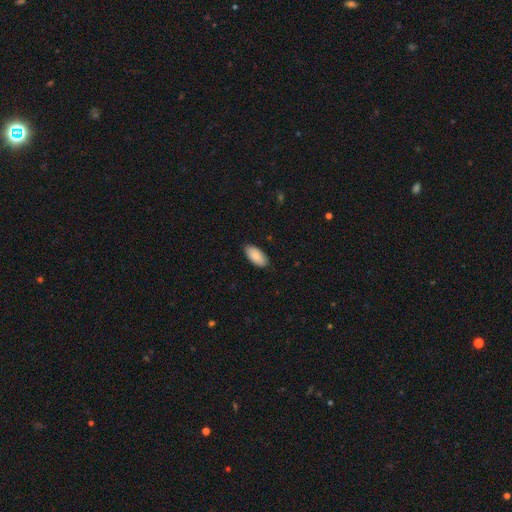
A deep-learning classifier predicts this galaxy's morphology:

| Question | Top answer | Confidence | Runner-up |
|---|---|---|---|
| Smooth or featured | smooth | 87% | featured or disk (7%) |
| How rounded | in between | 94% | cigar-shaped (5%) |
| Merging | none | 86% | minor disturbance (12%) |